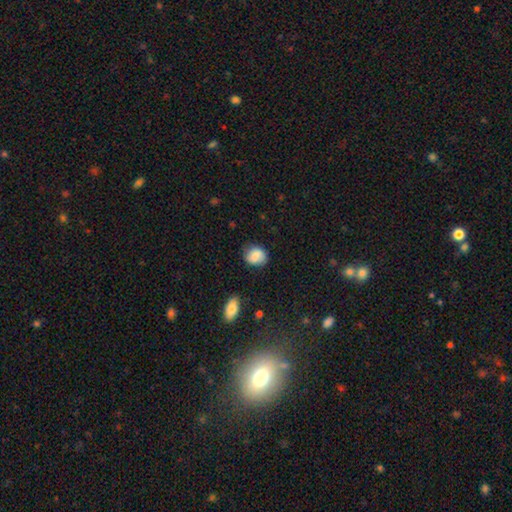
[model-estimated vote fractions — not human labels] A smooth galaxy with no disk features (78%) that is round (60%). Merging: none (72%).